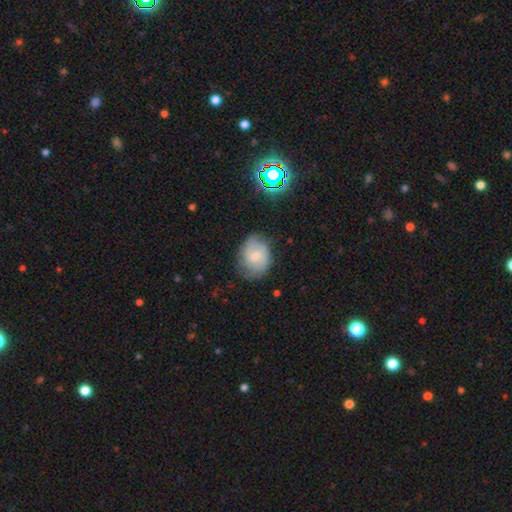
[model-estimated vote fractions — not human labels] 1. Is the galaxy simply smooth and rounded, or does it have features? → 67% featured or disk, 25% smooth, 8% star or artifact.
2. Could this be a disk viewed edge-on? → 98% no, 2% yes.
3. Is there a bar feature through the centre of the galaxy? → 51% weak, 42% no, 7% strong.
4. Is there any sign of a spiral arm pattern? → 92% yes, 8% no.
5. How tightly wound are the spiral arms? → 44% tight (tied), 44% medium (tied), 12% loose.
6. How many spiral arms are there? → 74% 2, 15% can't tell, 5% 3, 3% 1, 1% 4, 1% more than 4.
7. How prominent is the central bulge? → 53% small, 36% moderate, 8% none, 2% large, 1% dominant.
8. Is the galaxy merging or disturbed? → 72% none, 20% minor disturbance, 6% major disturbance, 1% merger.